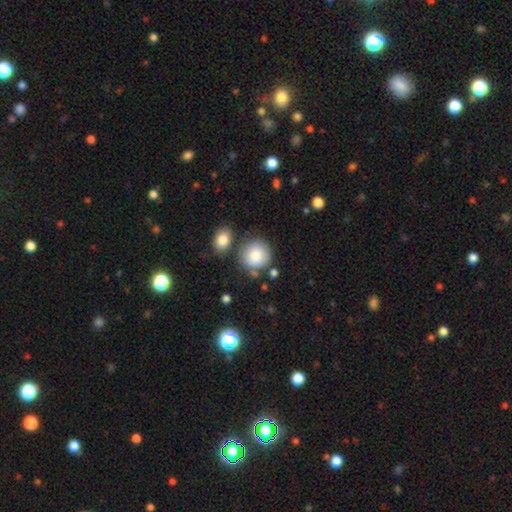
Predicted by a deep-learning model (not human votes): Smooth or featured?
  - smooth: 85% *
  - featured or disk: 8%
  - star or artifact: 7%
How rounded?
  - round: 89% *
  - in between: 10%
  - cigar-shaped: 1%
Merging?
  - none: 71% *
  - minor disturbance: 13%
  - merger: 11%
  - major disturbance: 4%